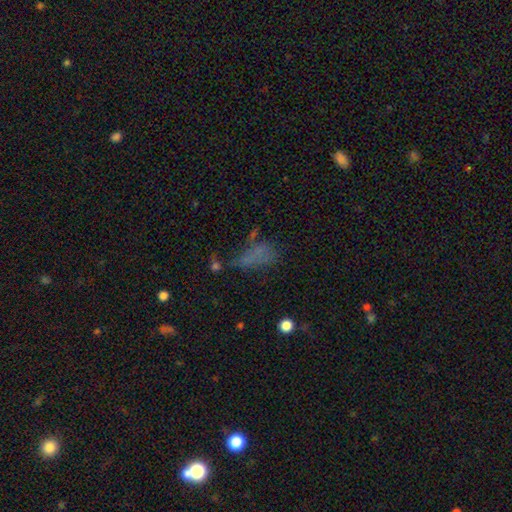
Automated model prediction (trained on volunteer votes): smooth_or_featured: smooth (p=0.55) [alt: star or artifact p=0.24]
how_rounded: in between (p=0.71) [alt: cigar-shaped p=0.21]
merging: none (p=0.40) [alt: major disturbance p=0.27]